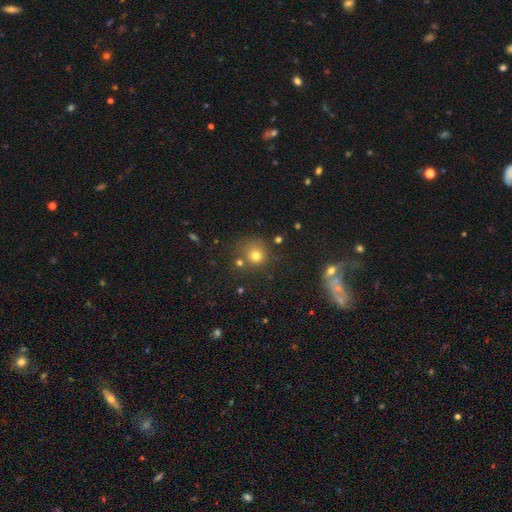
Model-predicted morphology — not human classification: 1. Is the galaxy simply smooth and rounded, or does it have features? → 74% smooth, 17% star or artifact, 9% featured or disk.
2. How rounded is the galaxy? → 91% round, 8% in between, 1% cigar-shaped.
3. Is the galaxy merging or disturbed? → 69% none, 13% merger, 12% minor disturbance, 6% major disturbance.